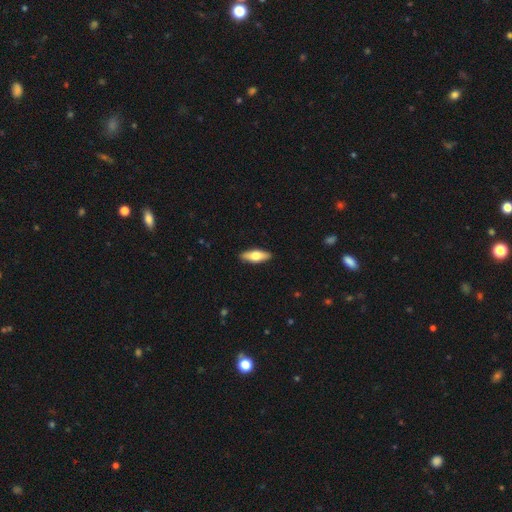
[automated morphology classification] Smooth or featured? smooth (65%)
How rounded? in between (63%)
Merging? none (90%)